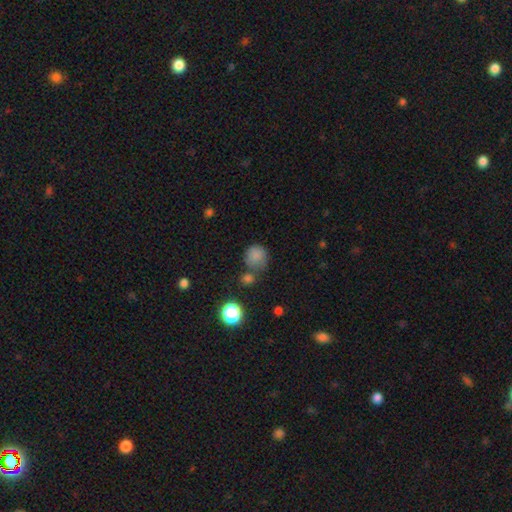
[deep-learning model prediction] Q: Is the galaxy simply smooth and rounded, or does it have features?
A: smooth — 79%.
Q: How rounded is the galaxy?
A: round — 83%.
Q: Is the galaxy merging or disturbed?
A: none — 53%.